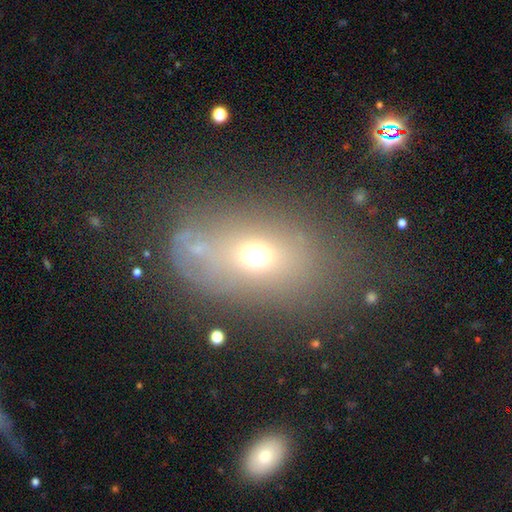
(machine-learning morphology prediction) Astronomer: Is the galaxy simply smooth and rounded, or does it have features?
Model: smooth — 58%.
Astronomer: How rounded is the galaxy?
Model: in between — 67%.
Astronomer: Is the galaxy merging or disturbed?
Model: none — 56%.